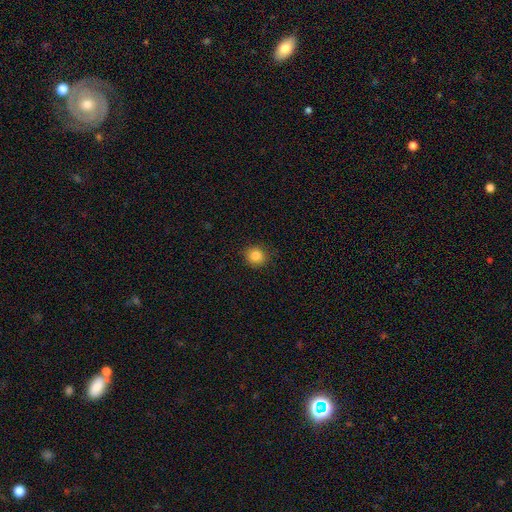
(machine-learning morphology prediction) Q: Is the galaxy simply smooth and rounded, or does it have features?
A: smooth — 84%.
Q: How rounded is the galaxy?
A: round — 89%.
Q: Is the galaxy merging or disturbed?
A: none — 90%.